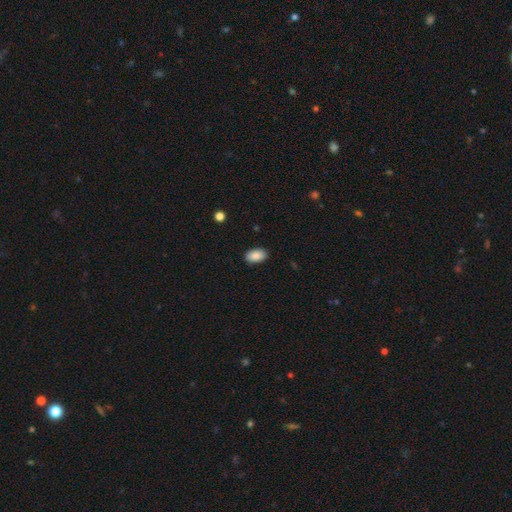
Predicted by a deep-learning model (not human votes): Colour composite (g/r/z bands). It shows a smooth galaxy with no disk features (89%) that is in between round and cigar-shaped (93%). Merging: none (89%).